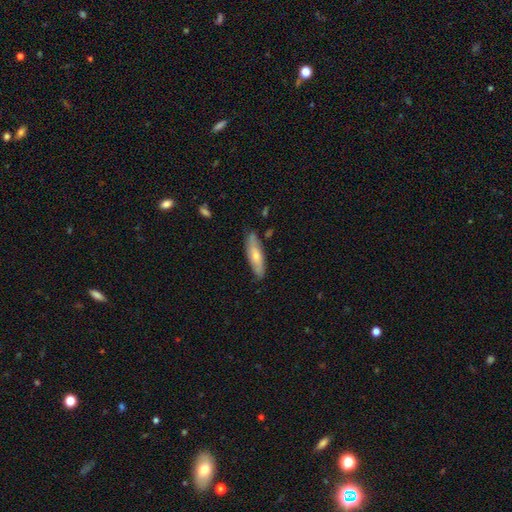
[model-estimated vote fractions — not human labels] A smooth galaxy with no disk features (61%) that is cigar-shaped (56%). Merging: none (80%).